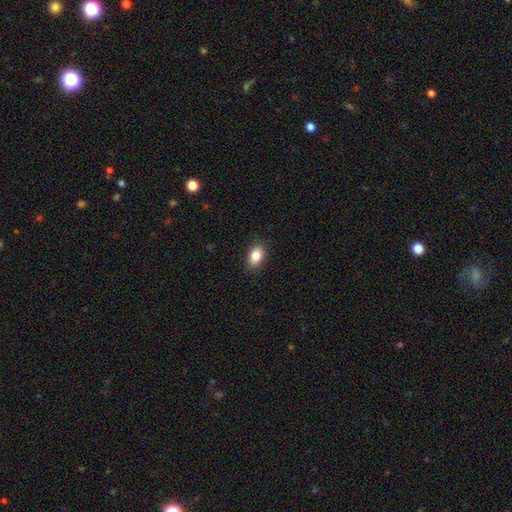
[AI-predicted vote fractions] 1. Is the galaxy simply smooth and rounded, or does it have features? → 85% smooth, 8% star or artifact, 7% featured or disk.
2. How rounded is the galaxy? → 86% in between, 12% round, 1% cigar-shaped.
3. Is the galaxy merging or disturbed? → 89% none, 8% minor disturbance, 2% major disturbance, 1% merger.